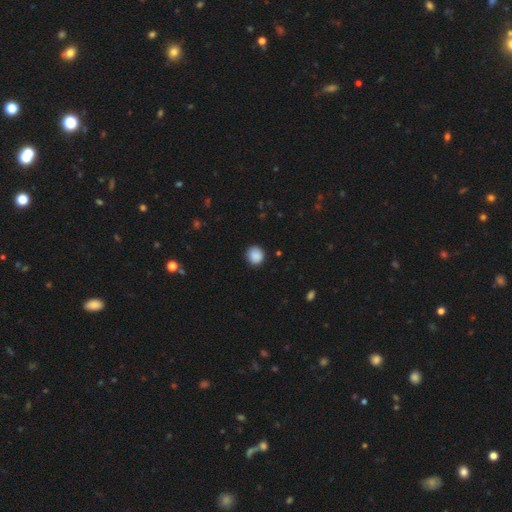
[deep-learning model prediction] smooth 88%, star or artifact 9%, featured or disk 3%. Down the decision tree: how rounded — round (91%); merging — none (88%).